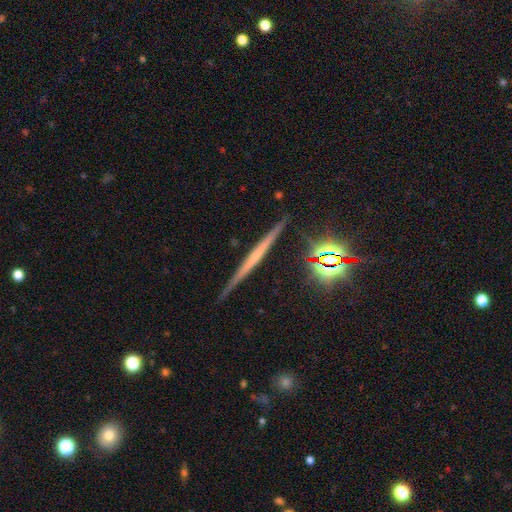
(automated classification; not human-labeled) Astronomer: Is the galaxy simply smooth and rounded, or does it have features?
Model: featured or disk — 58%.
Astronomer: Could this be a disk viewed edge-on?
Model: yes — 97%.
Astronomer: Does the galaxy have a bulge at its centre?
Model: none — 74%.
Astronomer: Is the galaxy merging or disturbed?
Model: none — 89%.